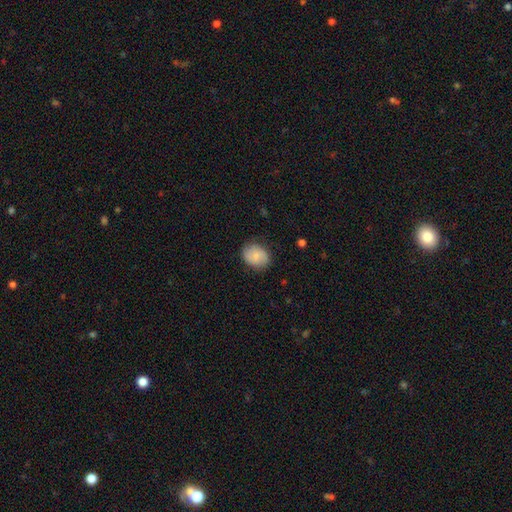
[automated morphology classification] Q: Smooth or featured?
A: smooth (71%); runner-up: featured or disk (22%)
Q: How rounded?
A: round (52%); runner-up: in between (47%)
Q: Merging?
A: none (80%); runner-up: minor disturbance (15%)